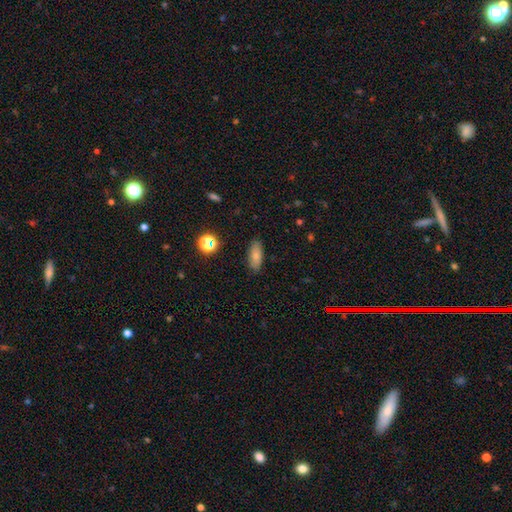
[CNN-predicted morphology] smooth-or-featured: smooth: 77% | featured or disk: 13% | star or artifact: 10%
  how-rounded: in between: 80% | cigar-shaped: 16% | round: 4%
  merging: none: 85% | minor disturbance: 11% | major disturbance: 3% | merger: 1%